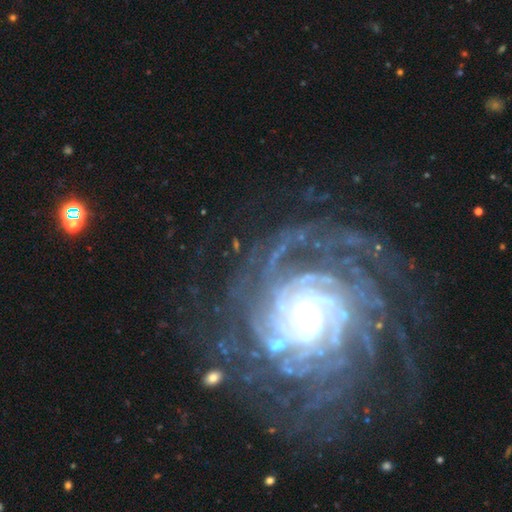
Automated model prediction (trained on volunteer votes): Smooth or featured?
  - featured or disk: 89% *
  - star or artifact: 7%
  - smooth: 4%
Edge-on disk?
  - no: 97% *
  - yes: 3%
Bar?
  - no: 61% *
  - weak: 25%
  - strong: 14%
Spiral arms?
  - yes: 98% *
  - no: 2%
Spiral winding?
  - tight: 81% *
  - medium: 16%
  - loose: 3%
Spiral arm count?
  - more than 4: 33% *
  - can't tell: 20%
  - 4: 17%
  - 3: 11%
  - 2: 10%
  - 1: 8%
Bulge size?
  - small: 65% *
  - moderate: 26%
  - large: 5%
  - none: 2%
  - dominant: 1%
Merging?
  - none: 75% *
  - minor disturbance: 14%
  - major disturbance: 9%
  - merger: 2%